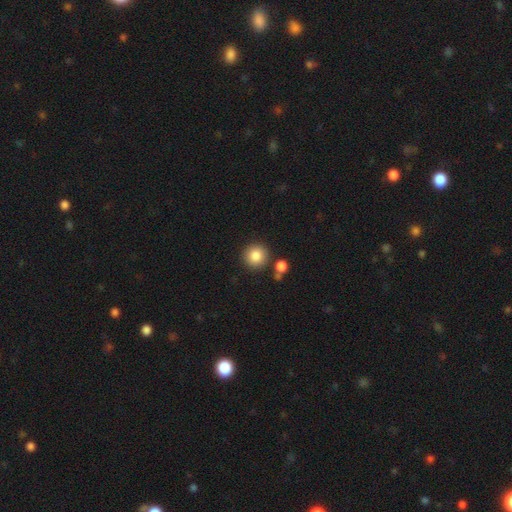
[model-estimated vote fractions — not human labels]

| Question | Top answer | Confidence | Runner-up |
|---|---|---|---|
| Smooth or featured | smooth | 85% | star or artifact (9%) |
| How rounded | round | 93% | in between (6%) |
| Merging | none | 82% | minor disturbance (8%) |